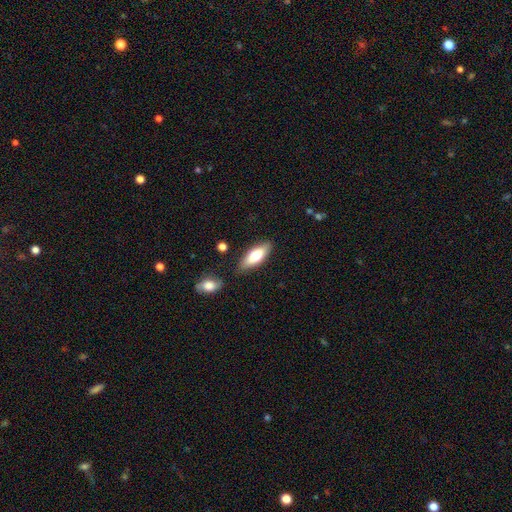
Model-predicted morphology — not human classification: smooth-or-featured: smooth: 72% | featured or disk: 22% | star or artifact: 6%
  how-rounded: in between: 69% | cigar-shaped: 29% | round: 2%
  merging: none: 82% | minor disturbance: 12% | merger: 4% | major disturbance: 3%